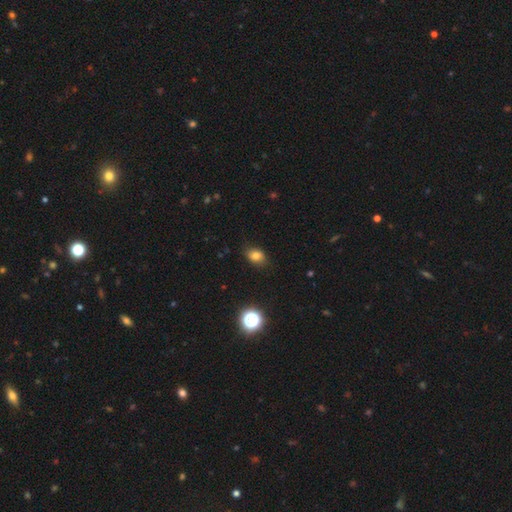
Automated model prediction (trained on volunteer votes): Q: Smooth or featured?
A: smooth (79%); runner-up: star or artifact (13%)
Q: How rounded?
A: in between (72%); runner-up: round (26%)
Q: Merging?
A: none (82%); runner-up: minor disturbance (14%)